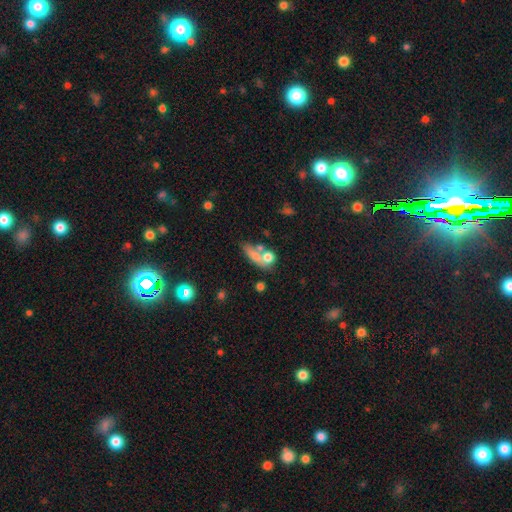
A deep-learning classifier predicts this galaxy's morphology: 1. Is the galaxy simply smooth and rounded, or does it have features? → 66% smooth, 22% featured or disk, 12% star or artifact.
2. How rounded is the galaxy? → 43% in between, 35% cigar-shaped, 22% round.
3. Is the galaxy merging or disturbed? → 41% none, 35% merger, 14% minor disturbance, 10% major disturbance.